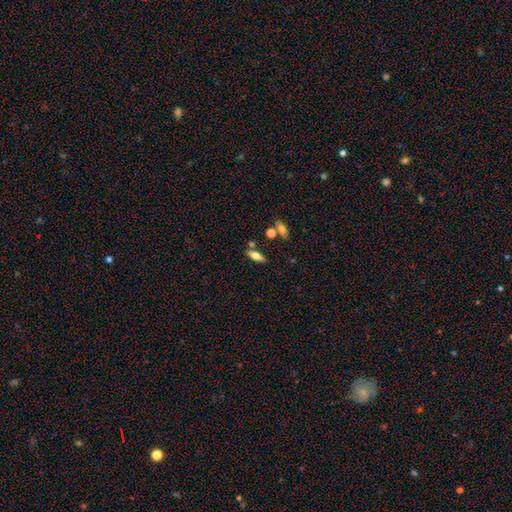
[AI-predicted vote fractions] This appears to be a smooth galaxy with no disk features (58%) that is in between round and cigar-shaped (58%). Merging: none (73%).